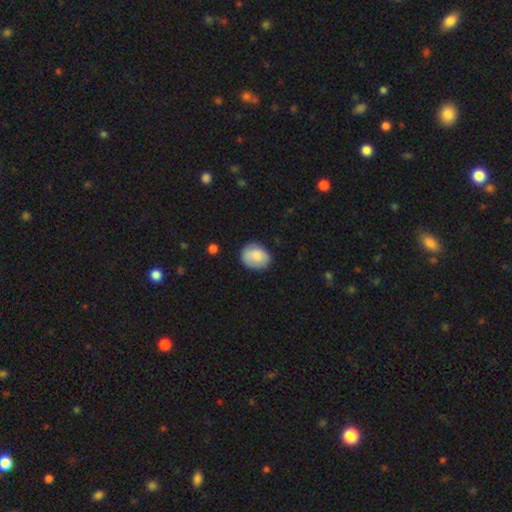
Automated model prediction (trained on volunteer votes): smooth-or-featured: smooth: 78% | featured or disk: 15% | star or artifact: 7%
  how-rounded: in between: 53% | round: 46% | cigar-shaped: 1%
  merging: none: 73% | minor disturbance: 21% | major disturbance: 5% | merger: 2%